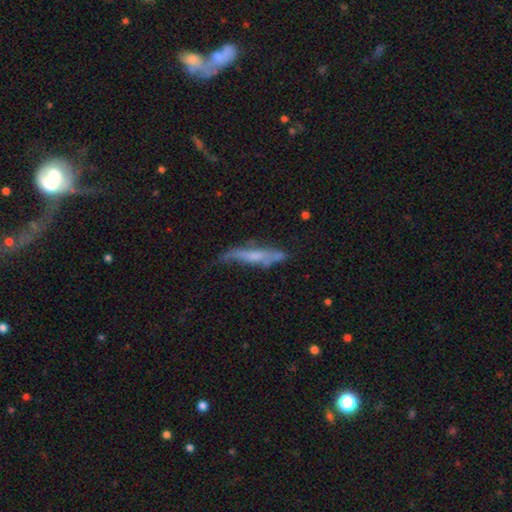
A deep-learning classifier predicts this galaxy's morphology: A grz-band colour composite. It shows a featured or disk galaxy (53%) viewed edge-on (71%). Merging: none (50%).